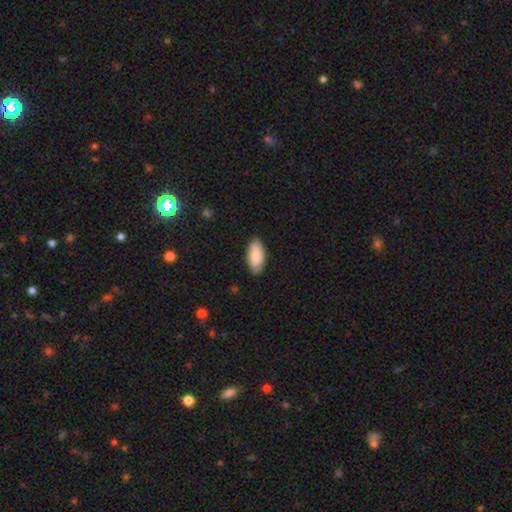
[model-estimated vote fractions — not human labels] Smooth or featured? smooth (83%)
How rounded? in between (92%)
Merging? none (85%)